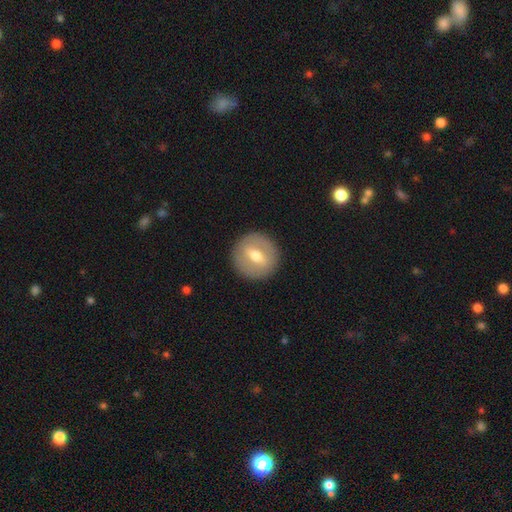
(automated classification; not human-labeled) Smooth or featured?
  - smooth: 48% *
  - featured or disk: 45%
  - star or artifact: 7%
Merging?
  - none: 90% *
  - minor disturbance: 7%
  - major disturbance: 2%
  - merger: 1%